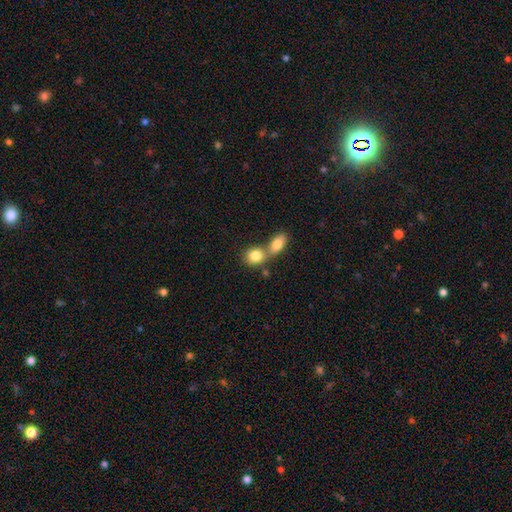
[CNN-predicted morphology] type=smooth (82%); roundness=round (54%); merging=merger (58%).